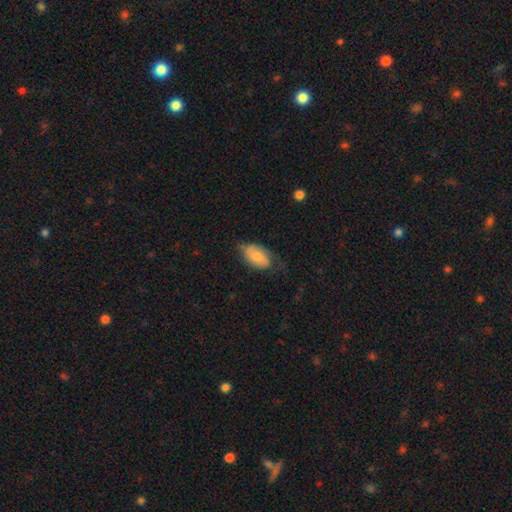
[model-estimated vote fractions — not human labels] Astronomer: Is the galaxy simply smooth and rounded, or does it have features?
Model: smooth — 63%.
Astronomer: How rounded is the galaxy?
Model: in between — 93%.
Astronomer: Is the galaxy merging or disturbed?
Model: none — 53% (runner-up: minor disturbance, 33%).